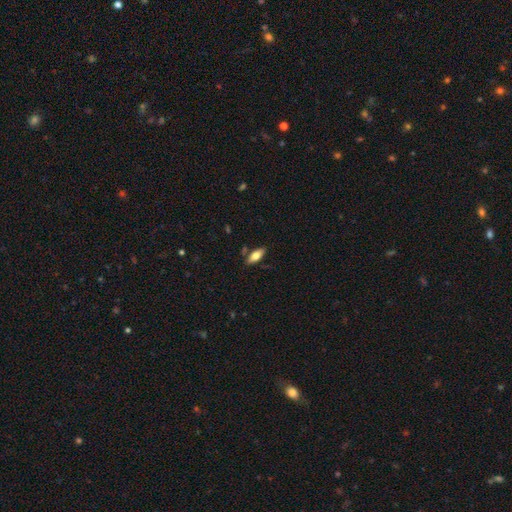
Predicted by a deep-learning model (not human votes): A smooth galaxy with no disk features (64%) that is in between round and cigar-shaped (73%). Merging: none (80%).